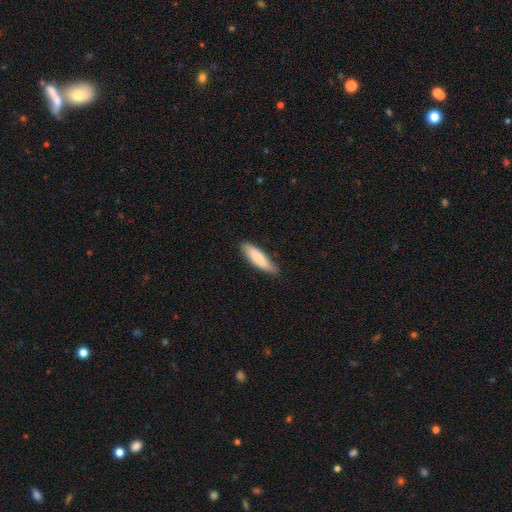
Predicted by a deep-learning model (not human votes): A smooth galaxy with no disk features (79%) that is cigar-shaped (62%).

Vote fractions:
- Smooth or featured? smooth: 79% / featured or disk: 15% / star or artifact: 6%
- How rounded? cigar-shaped: 62% / in between: 37% / round: 1%
- Merging? none: 80% / minor disturbance: 17% / major disturbance: 2% / merger: 1%